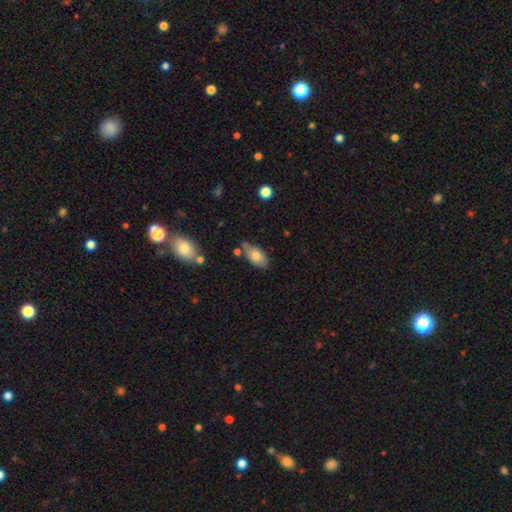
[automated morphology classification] Smooth or featured? Predicted: smooth (p=0.76). How rounded? Predicted: in between (p=0.91). Merging? Predicted: none (p=0.60).